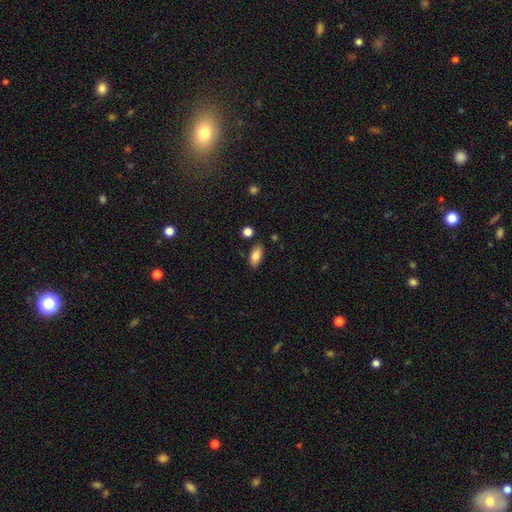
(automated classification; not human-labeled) This is clearly a smooth galaxy (84%). How rounded: clearly in between (89%). Merging: clearly none (83%).